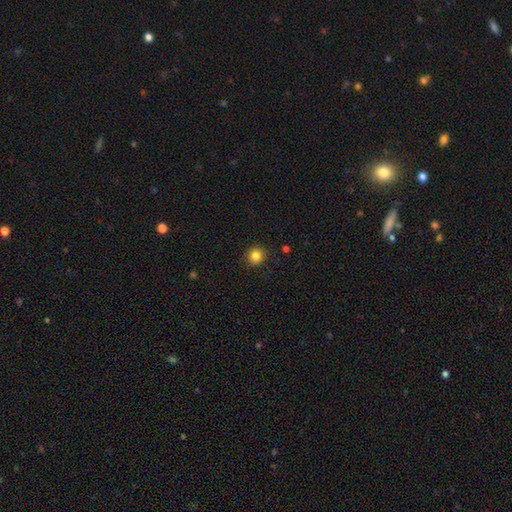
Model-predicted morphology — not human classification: Smooth or featured?
  - smooth: 84% *
  - star or artifact: 12%
  - featured or disk: 5%
How rounded?
  - round: 89% *
  - in between: 10%
  - cigar-shaped: 1%
Merging?
  - none: 89% *
  - minor disturbance: 8%
  - major disturbance: 2%
  - merger: 1%